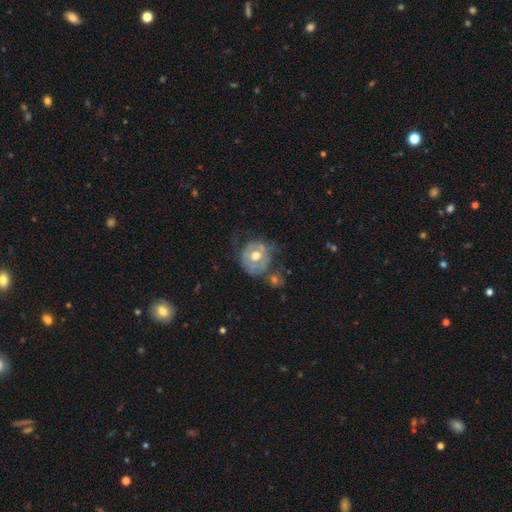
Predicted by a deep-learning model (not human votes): A featured or disk galaxy (56%) with no bar (73%), no spiral arms (60%) and a moderate central bulge (76%).

Vote fractions:
- Smooth or featured? featured or disk: 56% / smooth: 37% / star or artifact: 8%
- Edge-on disk? no: 96% / yes: 4%
- Bar? no: 73% / weak: 20% / strong: 6%
- Spiral arms? no: 60% / yes: 40%
- Bulge size? moderate: 76% / large: 15% / small: 7% / dominant: 1% / none: 1%
- Merging? none: 42% / minor disturbance: 25% / major disturbance: 21% / merger: 12%